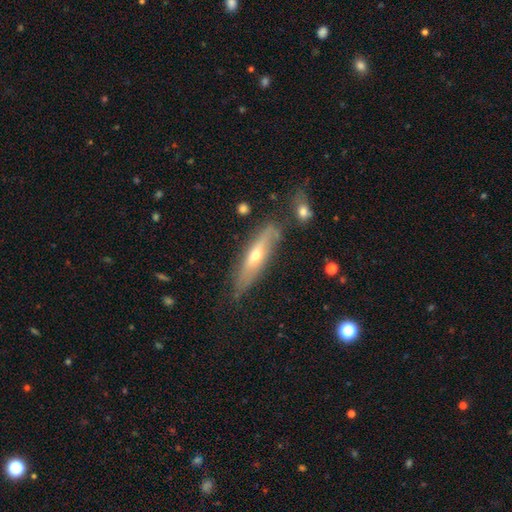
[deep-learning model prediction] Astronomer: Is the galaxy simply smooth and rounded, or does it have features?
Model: featured or disk — 57% (runner-up: smooth, 36%).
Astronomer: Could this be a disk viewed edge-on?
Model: yes — 76%.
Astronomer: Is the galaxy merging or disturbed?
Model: none — 73%.